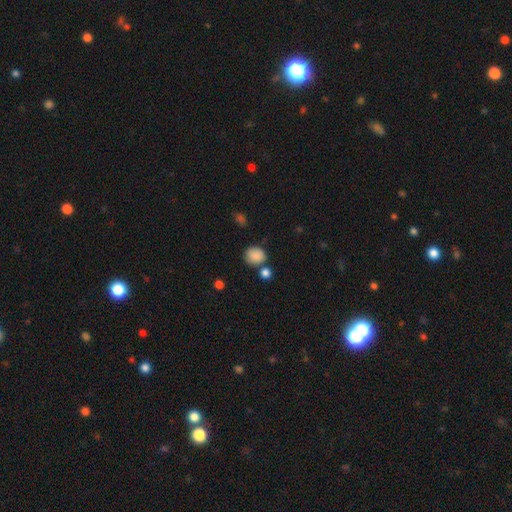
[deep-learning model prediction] Smooth or featured: smooth — 86% (star or artifact — 9%)
How rounded: round — 74% (in between — 25%)
Merging: none — 67% (minor disturbance — 15%)